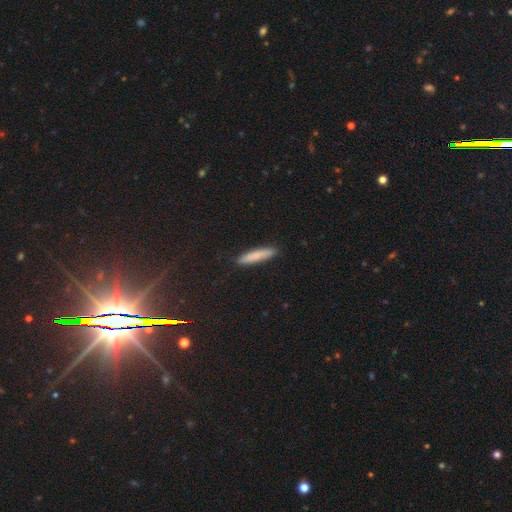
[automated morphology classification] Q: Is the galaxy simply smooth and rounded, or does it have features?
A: smooth — 79%.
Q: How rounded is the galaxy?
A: cigar-shaped — 89%.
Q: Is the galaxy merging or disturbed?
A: none — 89%.